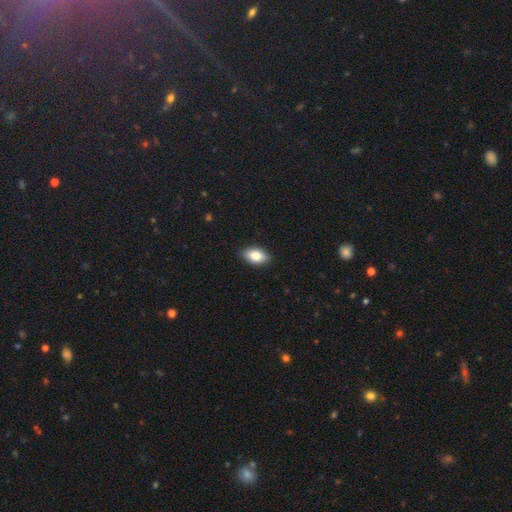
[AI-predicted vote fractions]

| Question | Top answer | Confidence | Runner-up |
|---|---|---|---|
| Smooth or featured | smooth | 82% | featured or disk (11%) |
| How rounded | in between | 91% | round (6%) |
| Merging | none | 89% | minor disturbance (8%) |